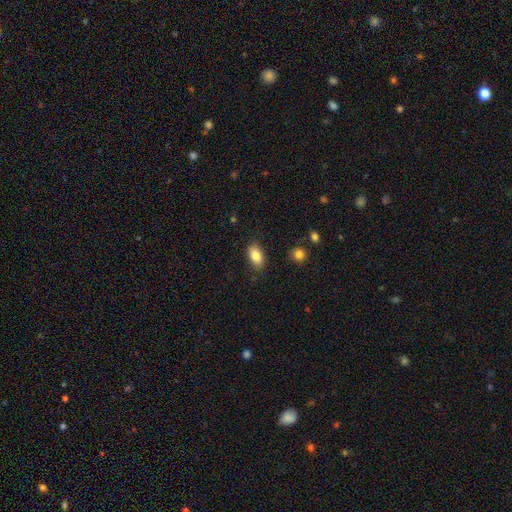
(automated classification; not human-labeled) A smooth galaxy with no disk features (84%) that is in between round and cigar-shaped (91%).

Vote fractions:
- Smooth or featured? smooth: 84% / featured or disk: 8% / star or artifact: 8%
- How rounded? in between: 91% / round: 7% / cigar-shaped: 3%
- Merging? none: 85% / minor disturbance: 11% / major disturbance: 3% / merger: 2%